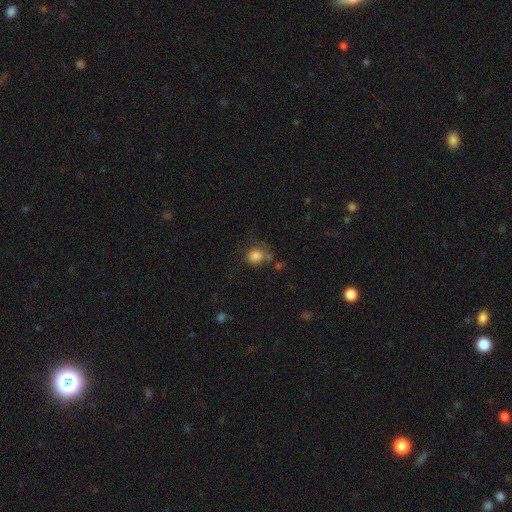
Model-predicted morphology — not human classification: Smooth or featured? Predicted: smooth (p=0.84). How rounded? Predicted: round (p=0.79). Merging? Predicted: none (p=0.63).